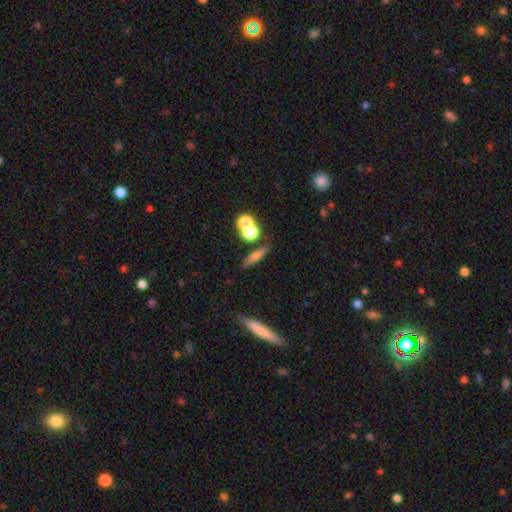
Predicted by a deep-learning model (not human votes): smooth_or_featured: smooth (p=0.60) [alt: featured or disk p=0.26]
how_rounded: cigar-shaped (p=0.59) [alt: in between p=0.27]
merging: none (p=0.70) [alt: merger p=0.15]